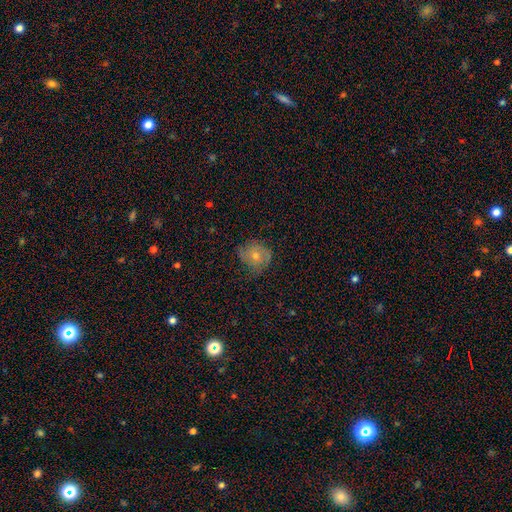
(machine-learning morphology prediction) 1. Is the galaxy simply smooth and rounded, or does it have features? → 62% smooth, 30% featured or disk, 9% star or artifact.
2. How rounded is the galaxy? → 76% round, 23% in between, 1% cigar-shaped.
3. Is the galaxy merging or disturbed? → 61% none, 28% minor disturbance, 9% major disturbance, 1% merger.